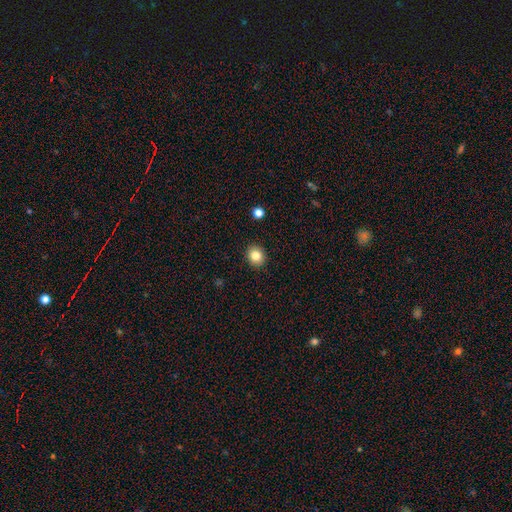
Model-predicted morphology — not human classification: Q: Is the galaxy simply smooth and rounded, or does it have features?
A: smooth — 83%.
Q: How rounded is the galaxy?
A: round — 70%.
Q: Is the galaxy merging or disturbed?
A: none — 91%.